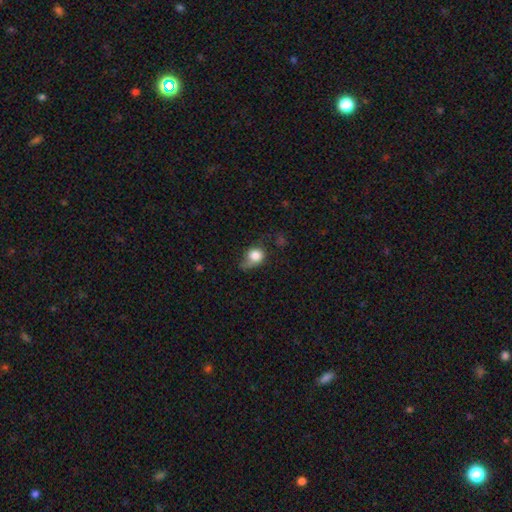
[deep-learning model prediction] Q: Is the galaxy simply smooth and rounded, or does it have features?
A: smooth — 78%.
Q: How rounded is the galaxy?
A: round — 58%.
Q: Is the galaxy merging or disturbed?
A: minor disturbance — 37%.